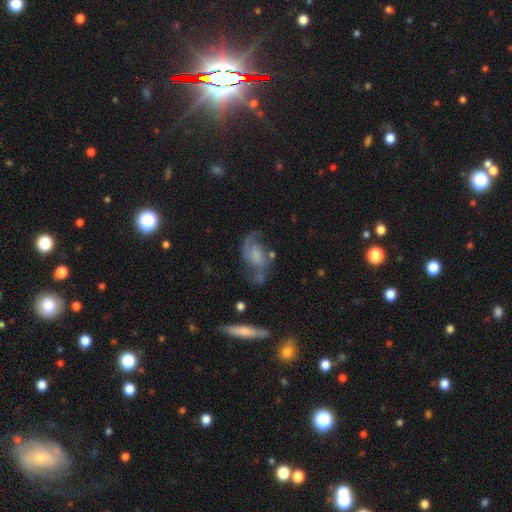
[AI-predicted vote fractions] featured or disk 71%, smooth 20%, star or artifact 9%. Down the decision tree: edge-on disk — no (95%); bar — no (57%); spiral arms — yes (86%); spiral arm count — 2 (69%); spiral winding — medium (43%); bulge size — none (36%); merging — none (44%).